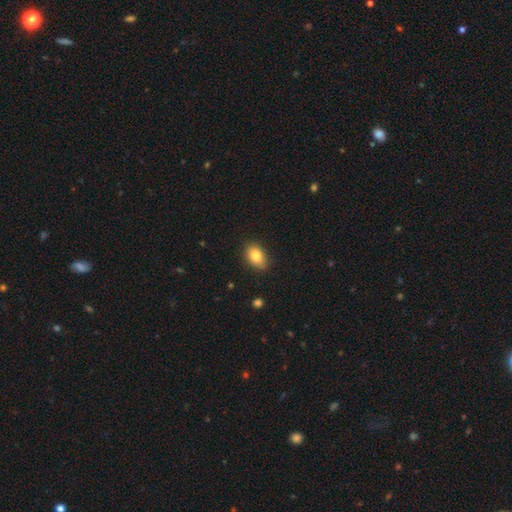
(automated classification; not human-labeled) A smooth galaxy with no disk features (81%) that is in between round and cigar-shaped (83%).

Vote fractions:
- Smooth or featured? smooth: 81% / featured or disk: 11% / star or artifact: 8%
- How rounded? in between: 83% / round: 16% / cigar-shaped: 1%
- Merging? none: 82% / minor disturbance: 14% / major disturbance: 2% / merger: 1%